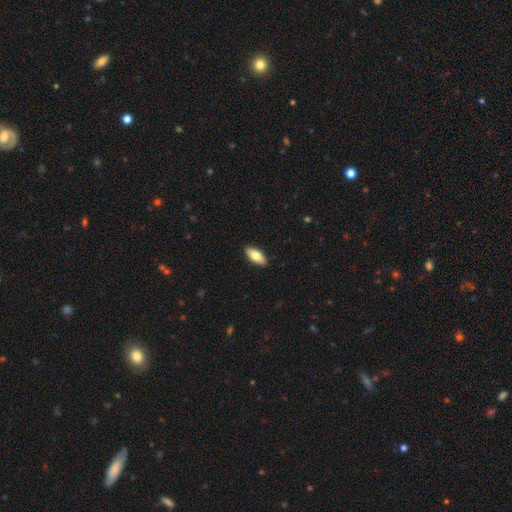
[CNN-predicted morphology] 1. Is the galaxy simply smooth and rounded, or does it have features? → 74% smooth, 20% featured or disk, 6% star or artifact.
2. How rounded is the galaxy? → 81% in between, 16% cigar-shaped, 2% round.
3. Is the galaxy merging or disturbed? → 90% none, 7% minor disturbance, 1% major disturbance, 1% merger.